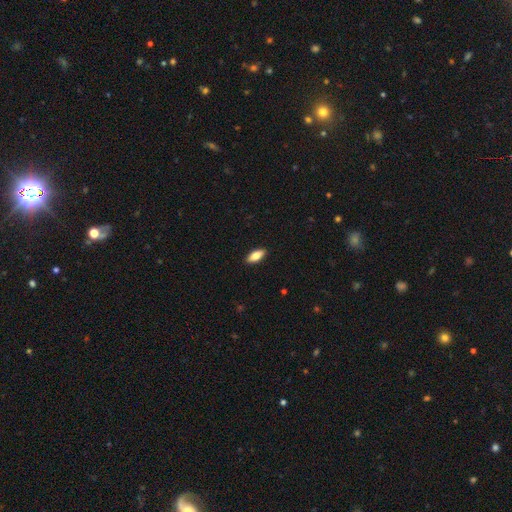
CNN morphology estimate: Smooth or featured? smooth (82%)
How rounded? in between (81%)
Merging? none (90%)